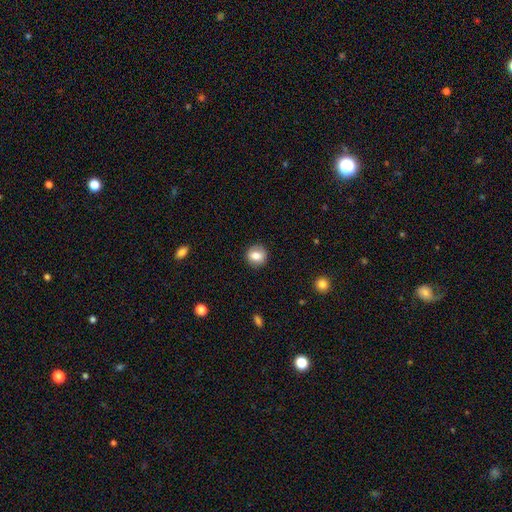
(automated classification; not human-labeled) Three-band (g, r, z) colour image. It shows a smooth galaxy with no disk features (79%) that is round (84%). Merging: none (88%).